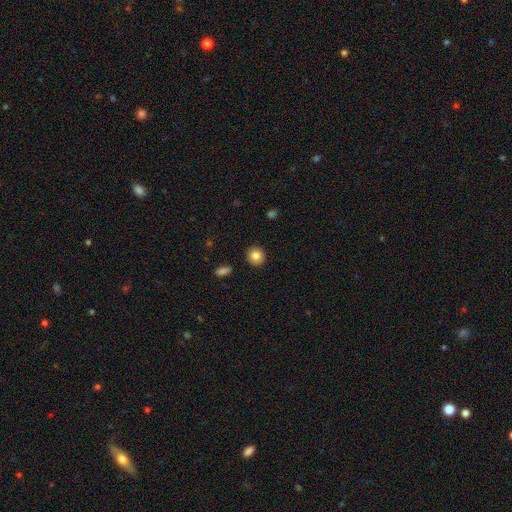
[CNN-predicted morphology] A smooth galaxy with no disk features (84%) that is round (91%). Merging: none (92%).